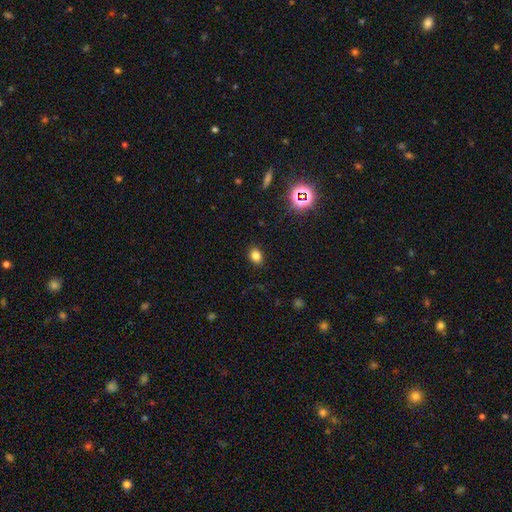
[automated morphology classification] The model was most divided on "how rounded": in between: 63%, round: 35%, cigar-shaped: 1%. More confident: merging — none (88%); smooth or featured — smooth (80%).